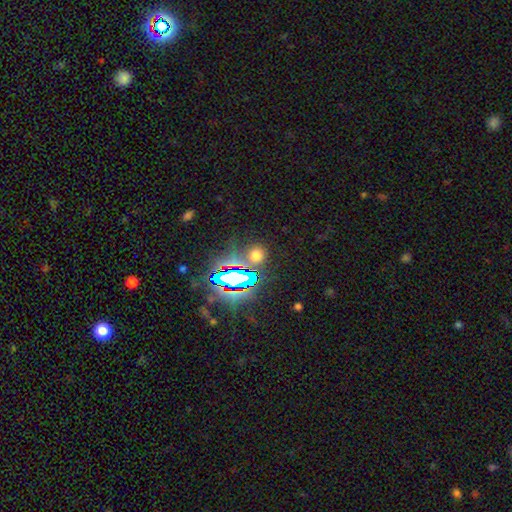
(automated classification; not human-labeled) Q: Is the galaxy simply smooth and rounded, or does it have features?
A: smooth — 49%.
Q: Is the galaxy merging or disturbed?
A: none — 78%.